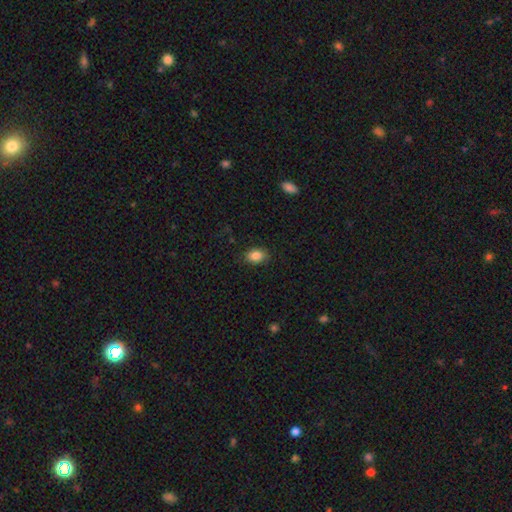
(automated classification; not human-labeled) The model was most divided on "how rounded": in between: 77%, round: 22%, cigar-shaped: 1%. More confident: merging — none (86%); smooth or featured — smooth (85%).